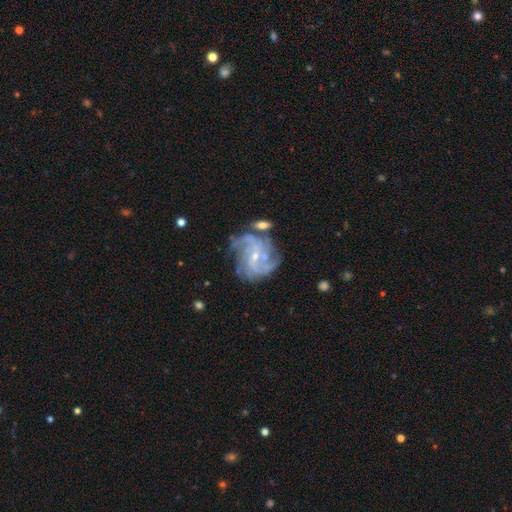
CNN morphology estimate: This is clearly a featured or disk galaxy (88%). It is clearly not viewed edge-on (98%). Bar: possibly no (51%). Spiral arm pattern: clearly yes (96%). Spiral arm count: marginally 4 (28%). Spiral winding: marginally medium (43%, tied with tight). Central bulge: likely small (72%). Merging: likely none (61%).